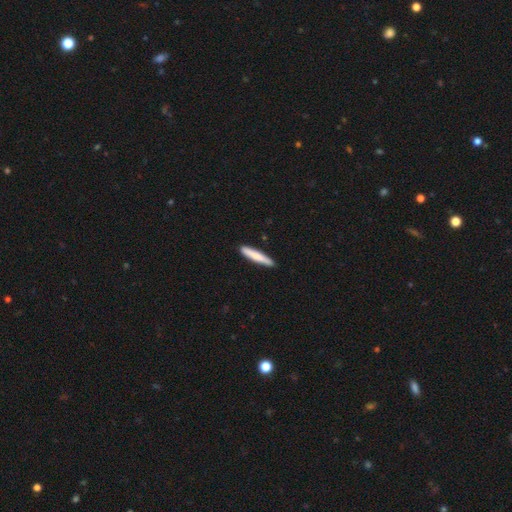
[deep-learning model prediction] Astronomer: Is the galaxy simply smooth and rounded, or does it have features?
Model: smooth — 76%.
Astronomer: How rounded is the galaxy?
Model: cigar-shaped — 93%.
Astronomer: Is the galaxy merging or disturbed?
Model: none — 90%.